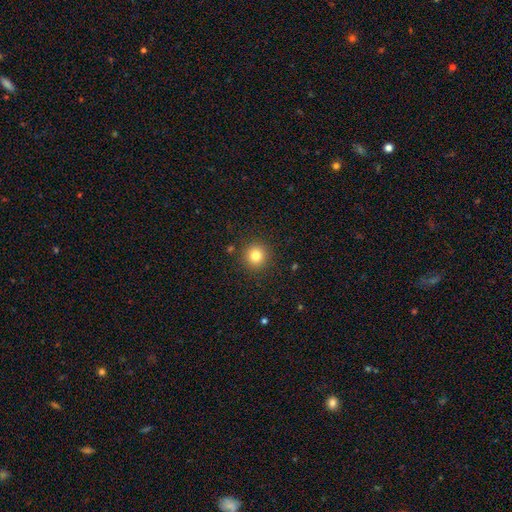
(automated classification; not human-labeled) This appears to be a smooth galaxy with no disk features (80%) that is round (94%). Merging: none (90%).